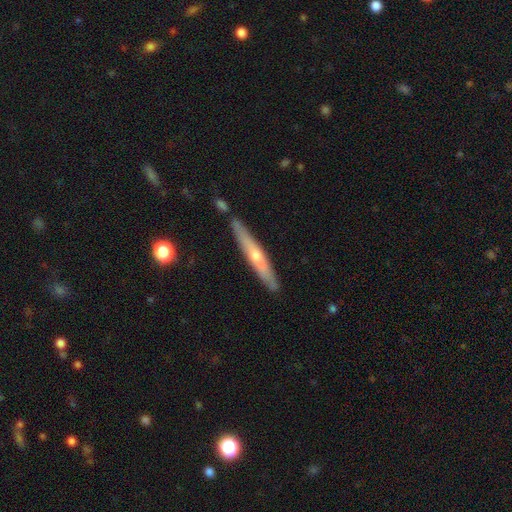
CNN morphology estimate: Smooth or featured: featured or disk — 56% (smooth — 38%)
Edge-on disk: yes — 91% (no — 9%)
Edge-on bulge: rounded — 72% (none — 25%)
Merging: none — 82% (minor disturbance — 12%)